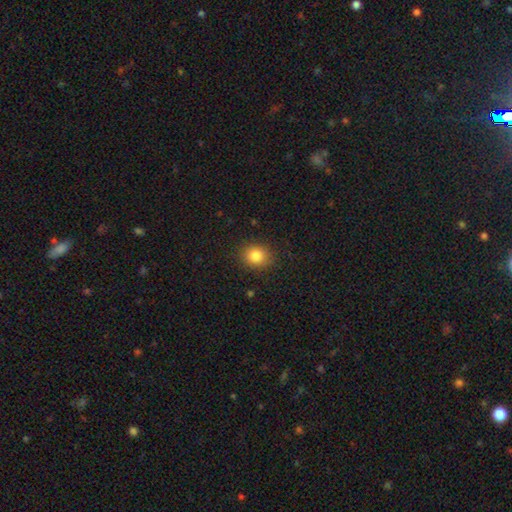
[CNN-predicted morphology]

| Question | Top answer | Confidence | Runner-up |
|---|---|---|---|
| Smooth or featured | smooth | 83% | star or artifact (11%) |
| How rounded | round | 71% | in between (28%) |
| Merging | none | 88% | minor disturbance (8%) |